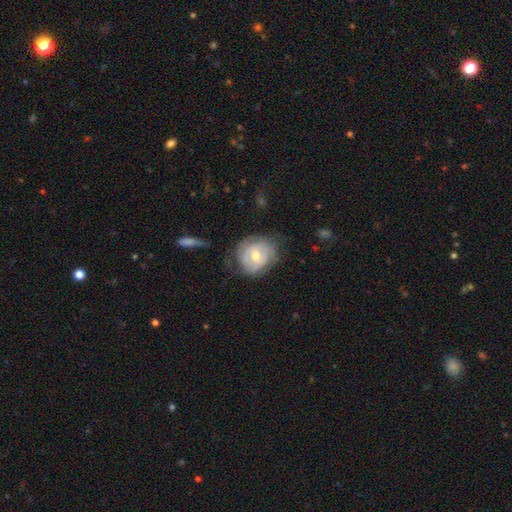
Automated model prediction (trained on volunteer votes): A featured or disk galaxy (60%) with no bar (59%), spiral arms (69%) and a moderate central bulge (70%).

Vote fractions:
- Smooth or featured? featured or disk: 60% / smooth: 33% / star or artifact: 7%
- Edge-on disk? no: 96% / yes: 4%
- Bar? no: 59% / weak: 33% / strong: 8%
- Spiral arms? yes: 69% / no: 31%
- Bulge size? moderate: 70% / small: 24% / large: 4% / none: 1% / dominant: 1%
- Merging? none: 61% / minor disturbance: 25% / major disturbance: 12% / merger: 2%